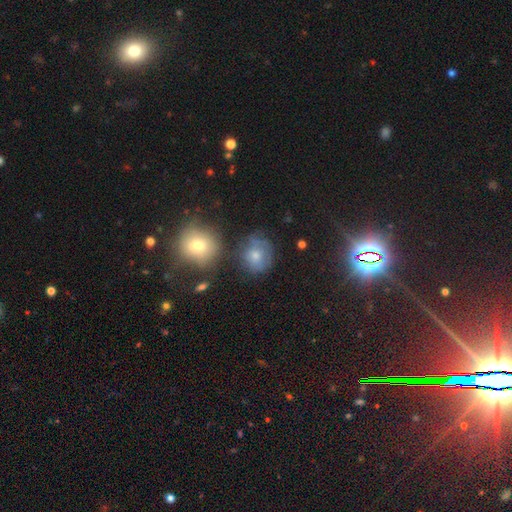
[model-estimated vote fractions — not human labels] Q: Smooth or featured?
A: smooth (65%); runner-up: featured or disk (23%)
Q: How rounded?
A: round (76%); runner-up: in between (22%)
Q: Merging?
A: none (52%); runner-up: minor disturbance (23%)